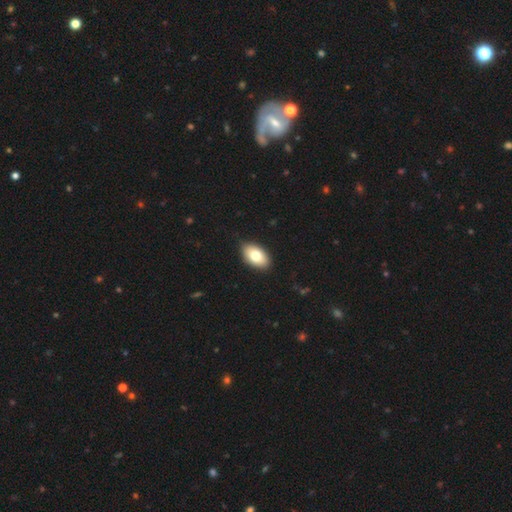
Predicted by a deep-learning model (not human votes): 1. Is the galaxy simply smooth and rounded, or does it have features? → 77% smooth, 16% featured or disk, 7% star or artifact.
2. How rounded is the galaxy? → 93% in between, 6% round, 1% cigar-shaped.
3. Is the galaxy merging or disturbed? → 86% none, 11% minor disturbance, 2% major disturbance, 1% merger.